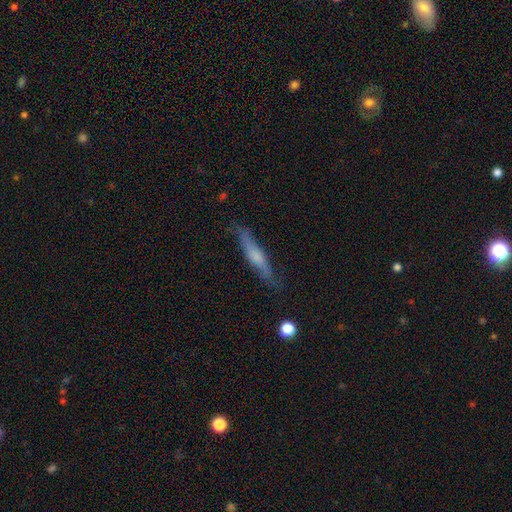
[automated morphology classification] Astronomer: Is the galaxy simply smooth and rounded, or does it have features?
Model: smooth — 51% (runner-up: featured or disk, 41%).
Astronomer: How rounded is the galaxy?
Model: cigar-shaped — 88%.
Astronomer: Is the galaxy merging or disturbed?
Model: none — 72%.